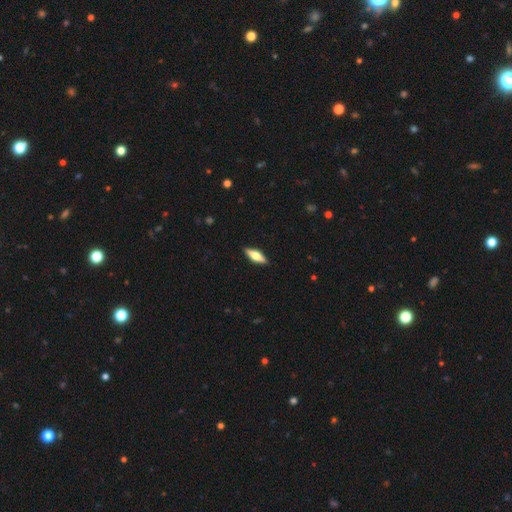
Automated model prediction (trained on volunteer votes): Morphology: type=smooth (49%); merging=none (90%).